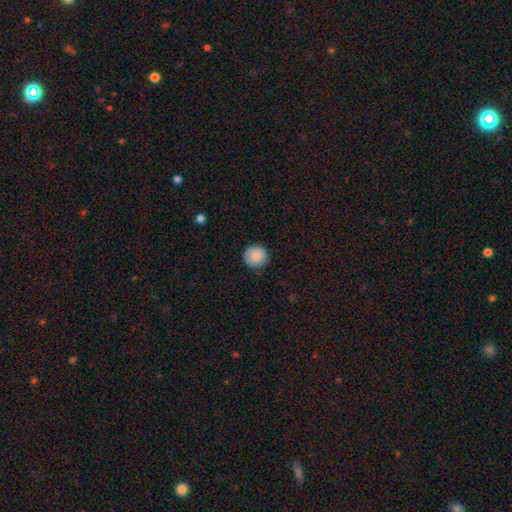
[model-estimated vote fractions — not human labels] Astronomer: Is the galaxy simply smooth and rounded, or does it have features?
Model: smooth — 85%.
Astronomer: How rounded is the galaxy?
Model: round — 93%.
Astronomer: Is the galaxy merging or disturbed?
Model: none — 87%.